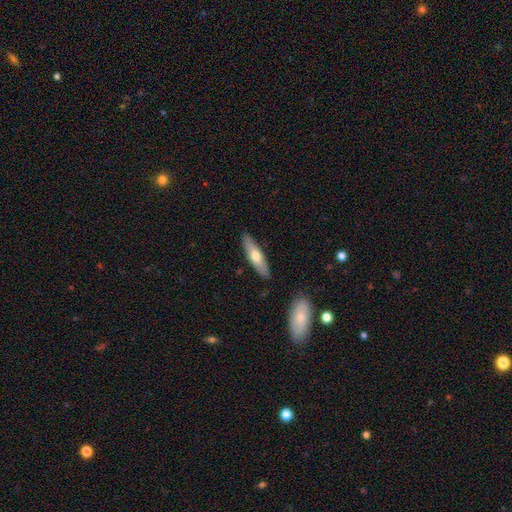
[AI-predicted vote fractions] Smooth or featured?
  - smooth: 57% *
  - featured or disk: 38%
  - star or artifact: 6%
How rounded?
  - cigar-shaped: 65% *
  - in between: 33%
  - round: 2%
Merging?
  - none: 87% *
  - minor disturbance: 9%
  - major disturbance: 2%
  - merger: 2%